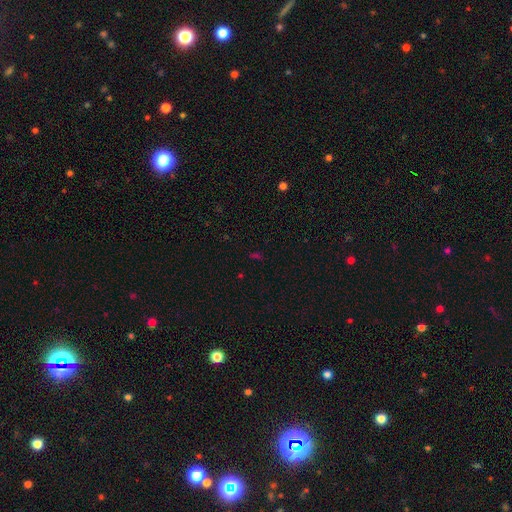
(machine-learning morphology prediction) smooth_or_featured: star or artifact (p=0.53) [alt: smooth p=0.38]